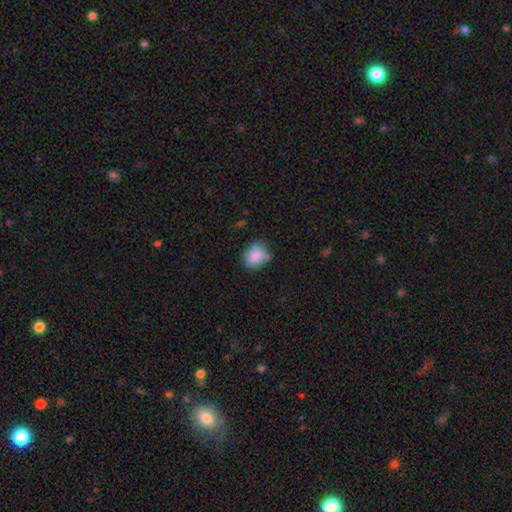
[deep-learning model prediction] smooth 84%, featured or disk 8%, star or artifact 8%. Down the decision tree: how rounded — round (55%); merging — none (61%).